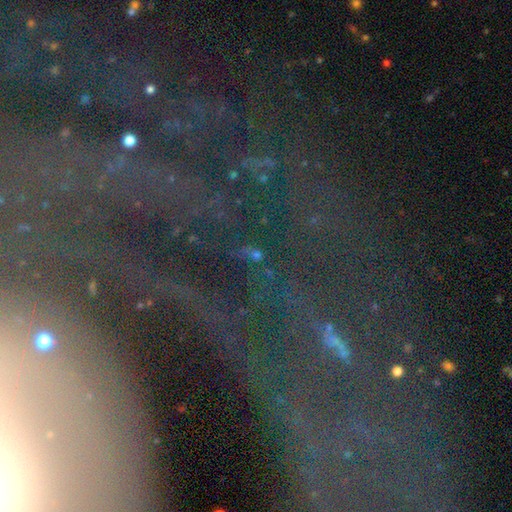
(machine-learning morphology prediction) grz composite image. It shows a star or artifact, not a galaxy (81%).